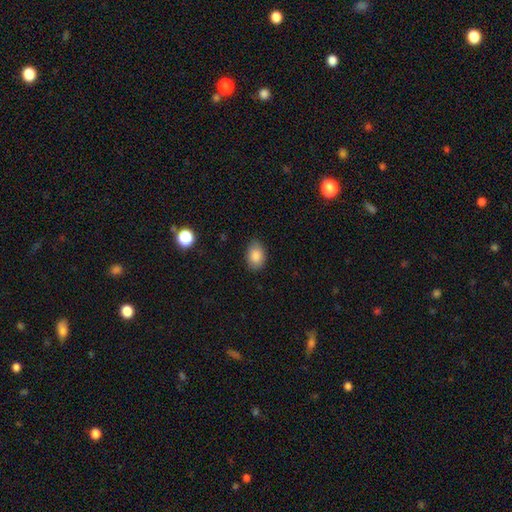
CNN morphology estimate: Smooth or featured?
  - smooth: 87% *
  - star or artifact: 8%
  - featured or disk: 5%
How rounded?
  - in between: 83% *
  - round: 16%
  - cigar-shaped: 1%
Merging?
  - none: 82% *
  - minor disturbance: 14%
  - major disturbance: 3%
  - merger: 1%